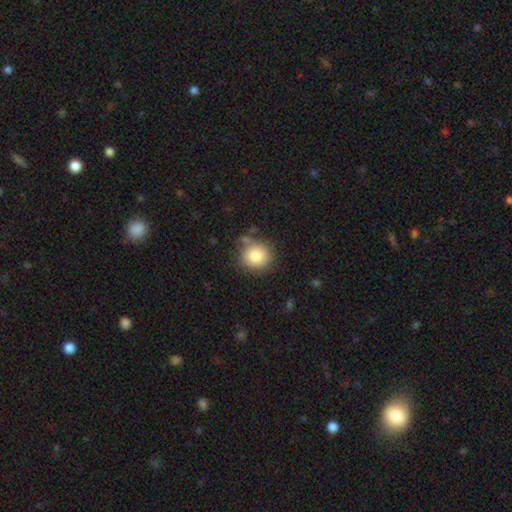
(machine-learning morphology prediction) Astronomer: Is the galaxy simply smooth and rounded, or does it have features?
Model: smooth — 83%.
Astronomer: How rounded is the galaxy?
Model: round — 85%.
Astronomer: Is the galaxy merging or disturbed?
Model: none — 78%.